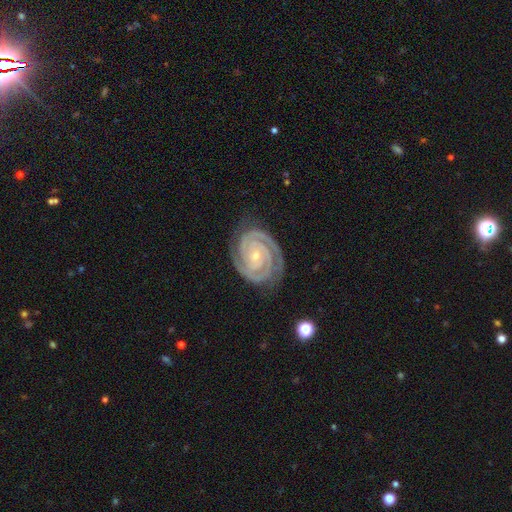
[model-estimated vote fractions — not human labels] smooth_or_featured: featured or disk (p=0.93) [alt: star or artifact p=0.04]
disk_edge_on: no (p=0.98) [alt: yes p=0.02]
bar: no (p=0.69) [alt: weak p=0.19]
has_spiral_arms: yes (p=0.99) [alt: no p=0.01]
spiral_winding: tight (p=0.87) [alt: medium p=0.12]
spiral_arm_count: 2 (p=0.80) [alt: 3 p=0.10]
bulge_size: small (p=0.79) [alt: moderate p=0.18]
merging: none (p=0.83) [alt: minor disturbance p=0.13]